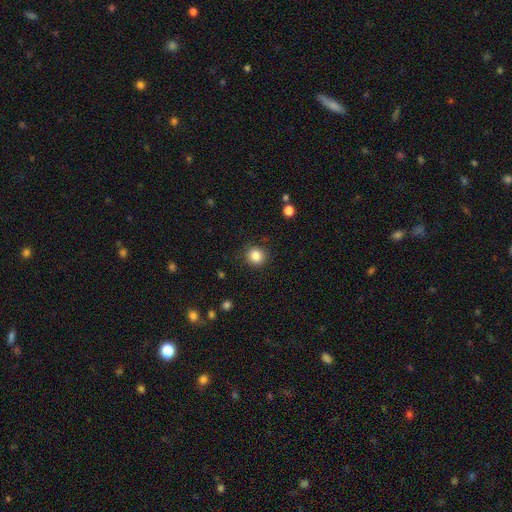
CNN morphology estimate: smooth_or_featured: smooth (p=0.85) [alt: star or artifact p=0.11]
how_rounded: round (p=0.91) [alt: in between p=0.08]
merging: none (p=0.90) [alt: minor disturbance p=0.07]